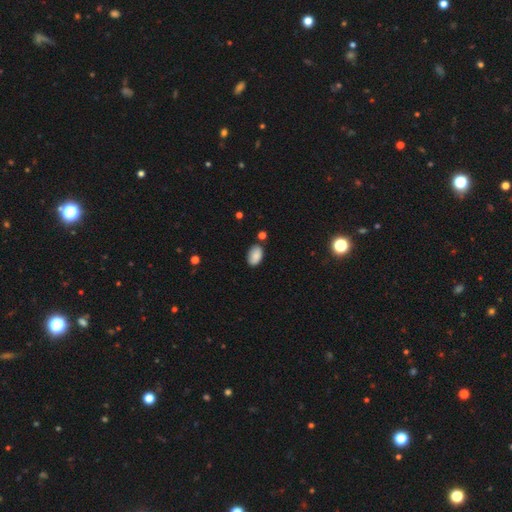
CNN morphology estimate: This appears to be a smooth galaxy with no disk features (87%) that is in between round and cigar-shaped (92%). Merging: none (78%).